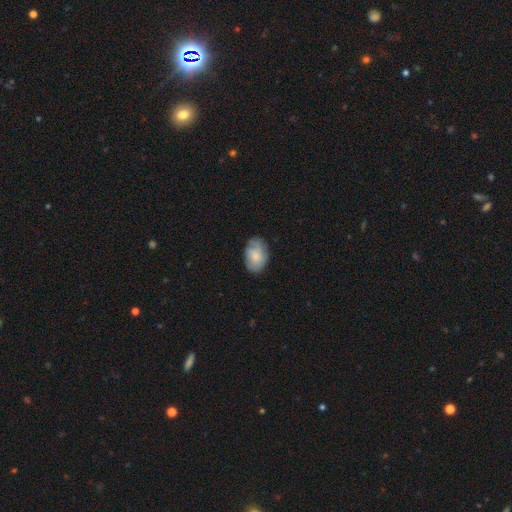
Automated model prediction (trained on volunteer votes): Smooth or featured? Predicted: smooth (p=0.72). How rounded? Predicted: in between (p=0.87). Merging? Predicted: none (p=0.73).